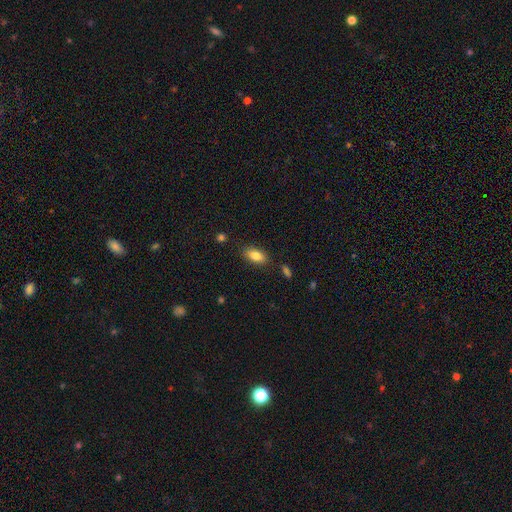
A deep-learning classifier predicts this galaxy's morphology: smooth 82%, featured or disk 11%, star or artifact 8%. Down the decision tree: how rounded — in between (87%); merging — none (84%).